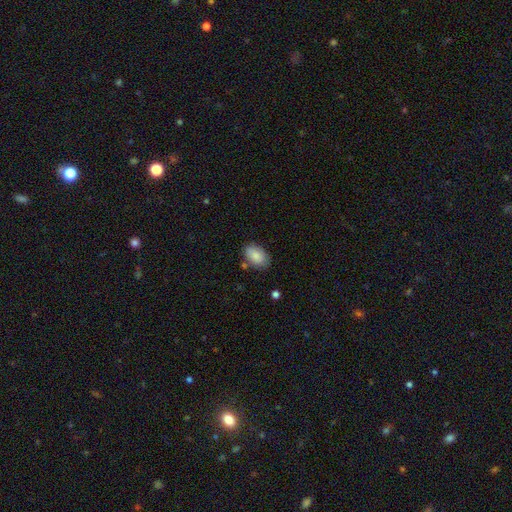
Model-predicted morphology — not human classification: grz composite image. It shows a smooth galaxy with no disk features (85%) that is in between round and cigar-shaped (89%). Merging: none (74%).